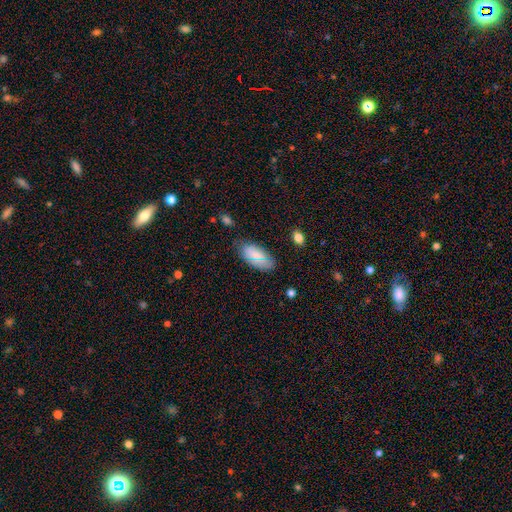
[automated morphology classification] Smooth or featured? smooth (76%)
How rounded? in between (91%)
Merging? none (74%)